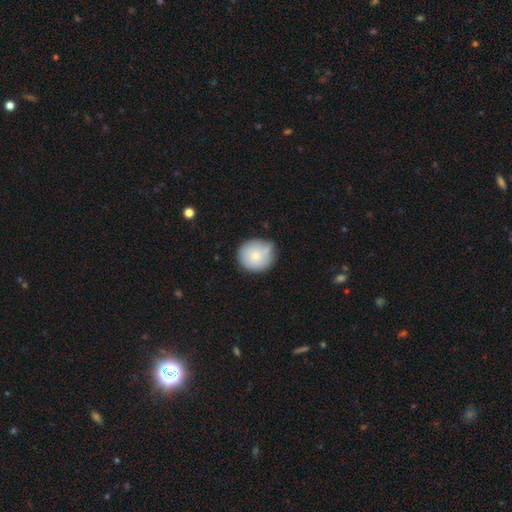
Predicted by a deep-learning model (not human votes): Morphology: type=smooth (78%); roundness=round (86%); merging=none (59%).